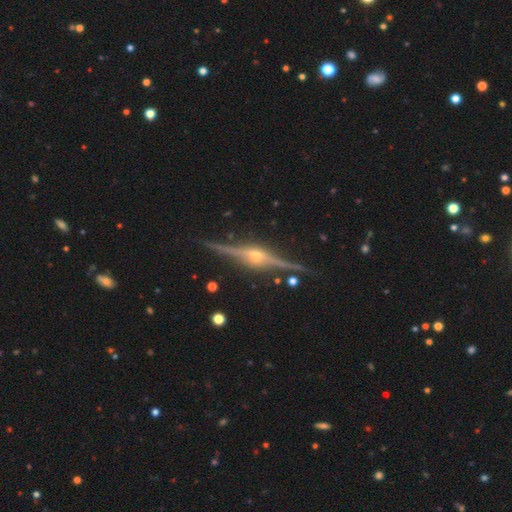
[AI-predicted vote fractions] A featured or disk galaxy (91%) viewed edge-on (98%) with a rounded central bulge (88%).

Vote fractions:
- Smooth or featured? featured or disk: 91% / star or artifact: 5% / smooth: 4%
- Edge-on disk? yes: 98% / no: 2%
- Edge-on bulge? rounded: 88% / boxy: 8% / none: 4%
- Merging? none: 88% / minor disturbance: 7% / merger: 2% / major disturbance: 2%